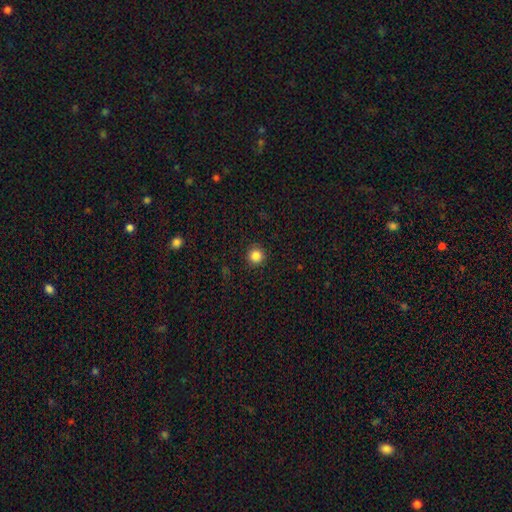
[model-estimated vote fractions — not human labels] Smooth or featured? Predicted: smooth (p=0.85). How rounded? Predicted: round (p=0.96). Merging? Predicted: none (p=0.92).